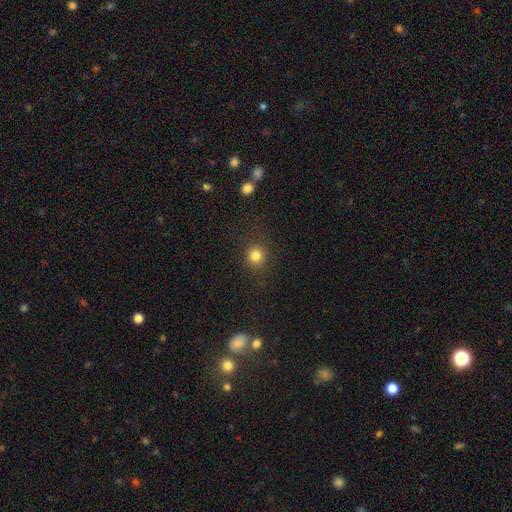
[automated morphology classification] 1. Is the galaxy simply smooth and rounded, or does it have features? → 82% smooth, 13% star or artifact, 5% featured or disk.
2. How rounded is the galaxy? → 90% round, 9% in between, 1% cigar-shaped.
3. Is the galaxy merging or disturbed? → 86% none, 8% minor disturbance, 4% major disturbance, 2% merger.